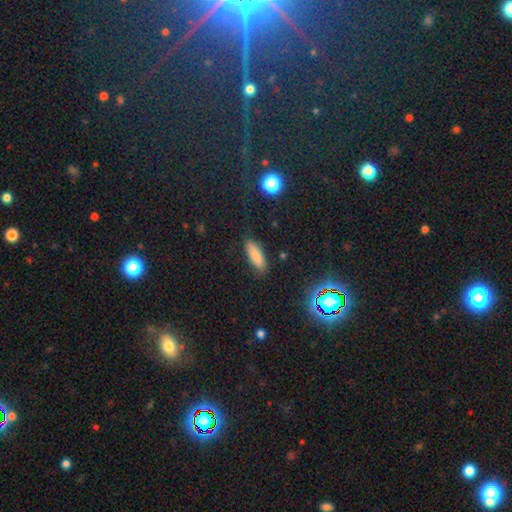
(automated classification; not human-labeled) This is likely a smooth galaxy (80%). How rounded: likely in between (61%). Merging: clearly none (86%).